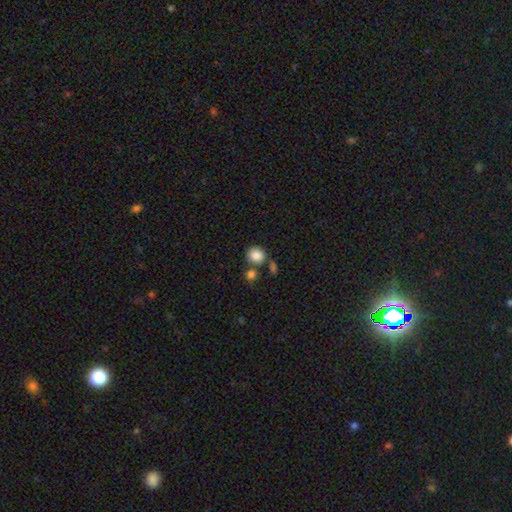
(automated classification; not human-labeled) smooth_or_featured: smooth (p=0.85) [alt: star or artifact p=0.09]
how_rounded: round (p=0.84) [alt: in between p=0.15]
merging: none (p=0.68) [alt: merger p=0.17]